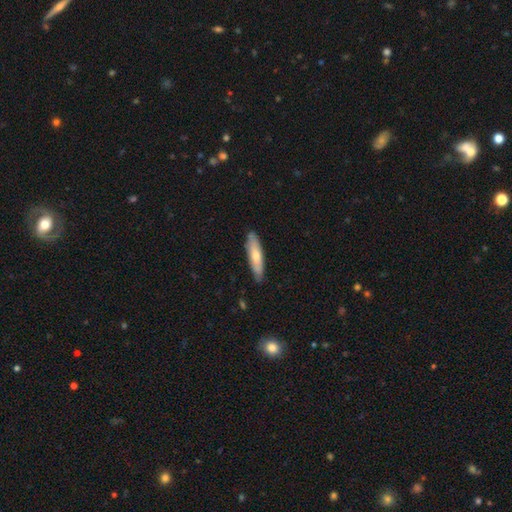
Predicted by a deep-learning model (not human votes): Smooth or featured? smooth (60%)
How rounded? cigar-shaped (74%)
Merging? none (86%)